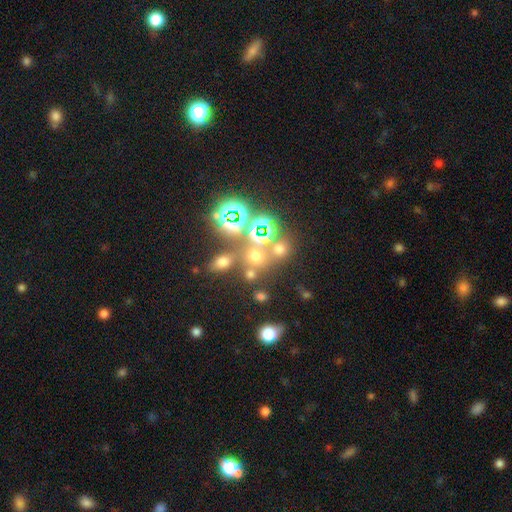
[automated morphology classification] This appears to be a smooth galaxy with no disk features (50%) that is round (79%). Merging: none (58%).